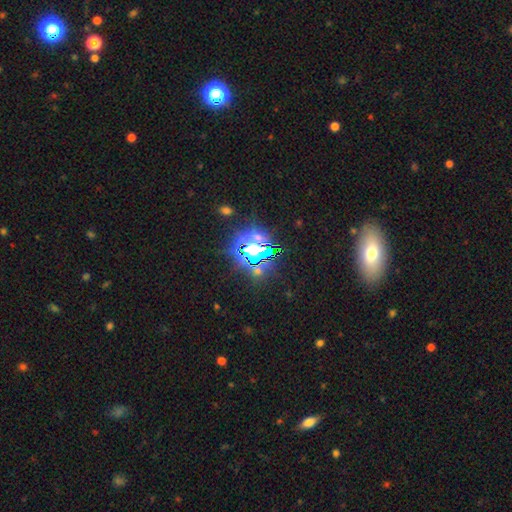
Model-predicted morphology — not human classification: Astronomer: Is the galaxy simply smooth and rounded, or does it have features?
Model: star or artifact — 75%.